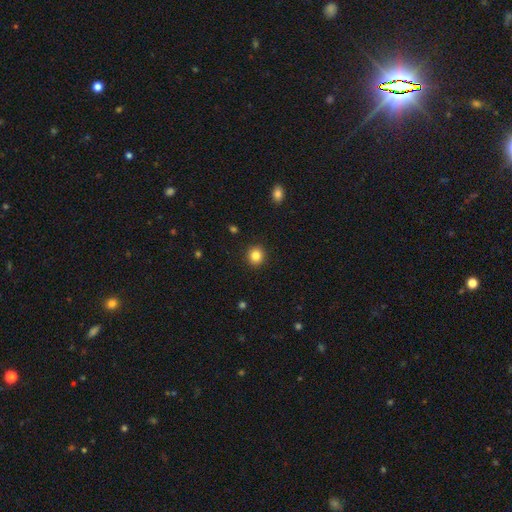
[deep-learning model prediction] smooth 84%, star or artifact 11%, featured or disk 5%. Down the decision tree: how rounded — round (89%); merging — none (92%).